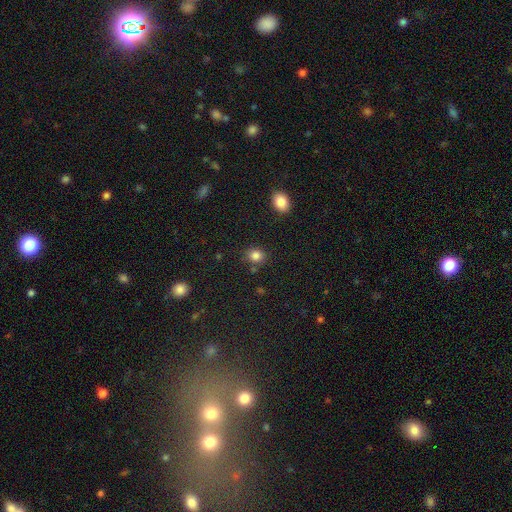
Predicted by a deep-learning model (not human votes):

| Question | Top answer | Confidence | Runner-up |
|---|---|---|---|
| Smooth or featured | smooth | 84% | star or artifact (11%) |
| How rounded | round | 70% | in between (29%) |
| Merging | none | 81% | minor disturbance (11%) |